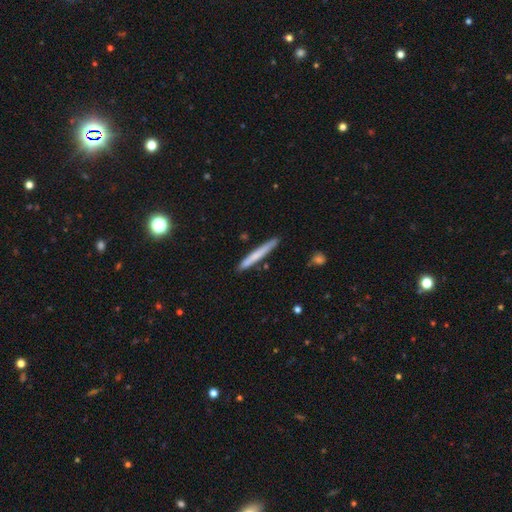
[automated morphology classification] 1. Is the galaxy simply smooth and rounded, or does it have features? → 66% smooth, 28% featured or disk, 6% star or artifact.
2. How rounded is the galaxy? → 97% cigar-shaped, 2% in between, 1% round.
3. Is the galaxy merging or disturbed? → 87% none, 9% minor disturbance, 2% merger, 2% major disturbance.